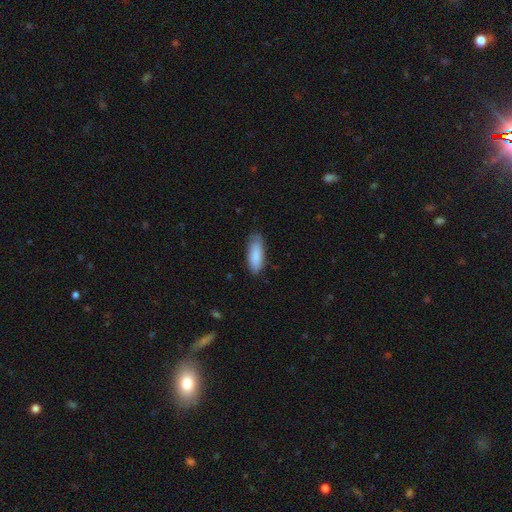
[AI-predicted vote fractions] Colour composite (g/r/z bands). It shows a smooth galaxy with no disk features (88%) that is in between round and cigar-shaped (69%). Merging: none (77%).